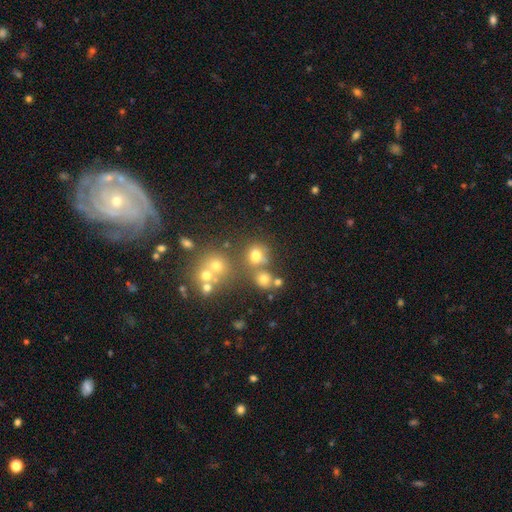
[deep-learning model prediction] smooth 69%, star or artifact 20%, featured or disk 12%. Down the decision tree: how rounded — round (77%); merging — none (62%).